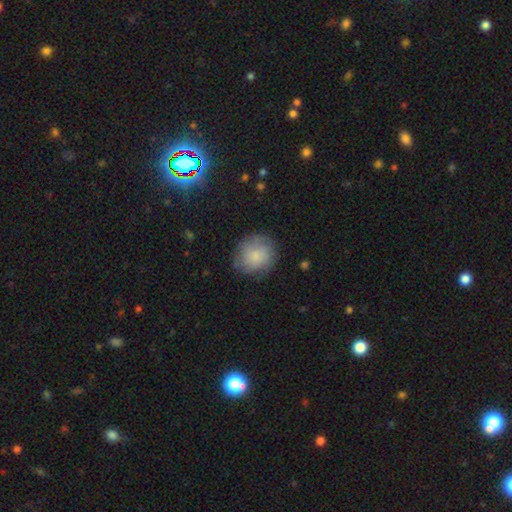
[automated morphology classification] Smooth or featured?
  - smooth: 73% *
  - featured or disk: 19%
  - star or artifact: 8%
How rounded?
  - round: 80% *
  - in between: 19%
  - cigar-shaped: 1%
Merging?
  - none: 76% *
  - minor disturbance: 17%
  - major disturbance: 6%
  - merger: 1%